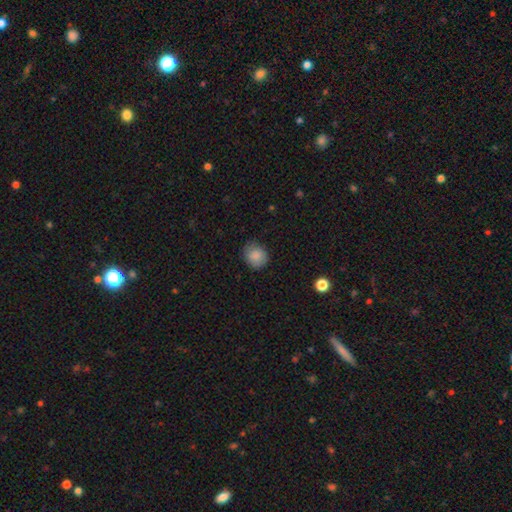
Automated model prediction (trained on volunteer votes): smooth 87%, star or artifact 8%, featured or disk 6%. Down the decision tree: how rounded — round (75%); merging — none (78%).